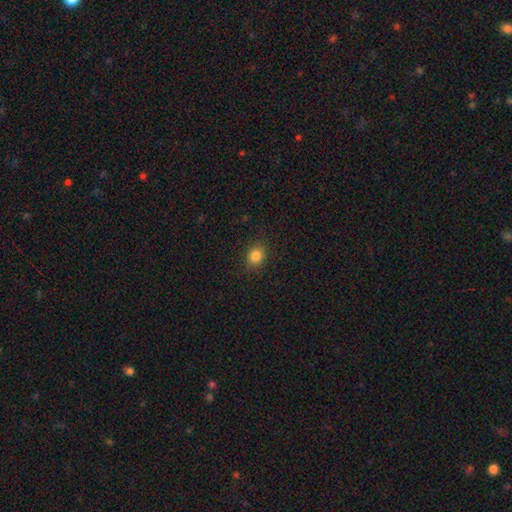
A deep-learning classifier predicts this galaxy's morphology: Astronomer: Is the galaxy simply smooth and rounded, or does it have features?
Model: smooth — 84%.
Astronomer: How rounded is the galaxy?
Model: round — 58% (runner-up: in between, 41%).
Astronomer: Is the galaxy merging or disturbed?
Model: none — 88%.